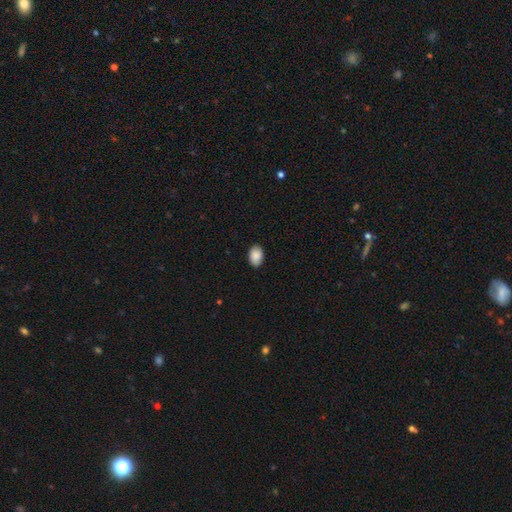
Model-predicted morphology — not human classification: Smooth or featured? smooth (90%)
How rounded? in between (86%)
Merging? none (88%)